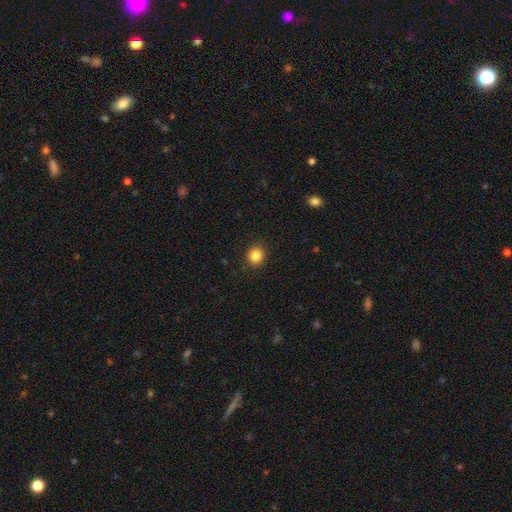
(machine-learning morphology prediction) This is clearly a smooth galaxy (85%). How rounded: clearly round (86%). Merging: clearly none (91%).